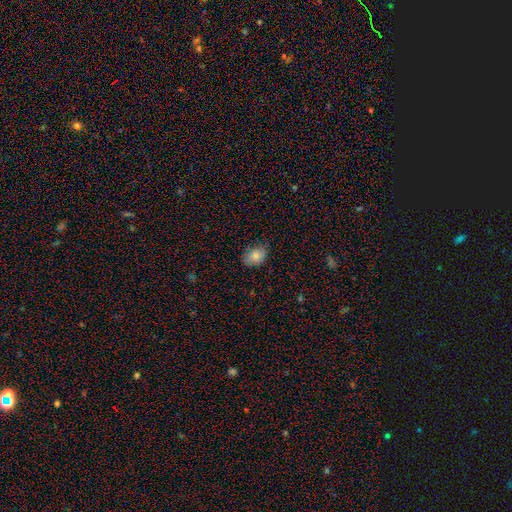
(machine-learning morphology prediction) smooth-or-featured: smooth: 82% | featured or disk: 9% | star or artifact: 9%
  how-rounded: in between: 77% | round: 21% | cigar-shaped: 1%
  merging: none: 69% | minor disturbance: 25% | major disturbance: 4% | merger: 1%